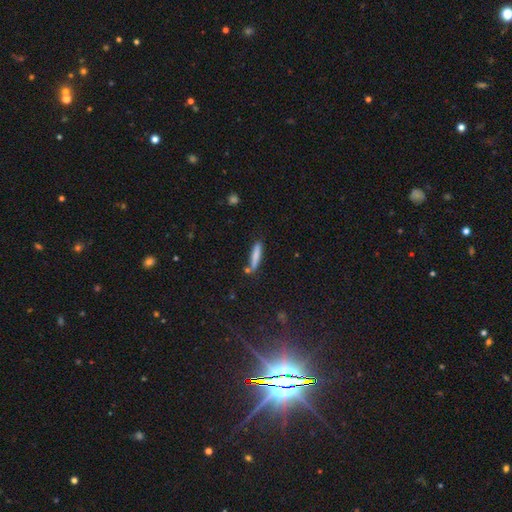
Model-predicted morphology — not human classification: A smooth galaxy with no disk features (77%) that is cigar-shaped (89%).

Vote fractions:
- Smooth or featured? smooth: 77% / featured or disk: 15% / star or artifact: 7%
- How rounded? cigar-shaped: 89% / in between: 9% / round: 2%
- Merging? none: 75% / minor disturbance: 14% / merger: 8% / major disturbance: 3%